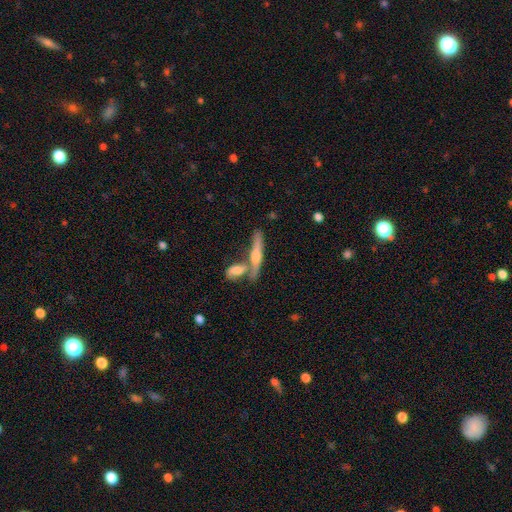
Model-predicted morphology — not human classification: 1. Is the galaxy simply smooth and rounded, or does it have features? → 58% featured or disk, 34% smooth, 8% star or artifact.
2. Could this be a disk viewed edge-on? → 92% yes, 8% no.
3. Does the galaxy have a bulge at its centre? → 83% rounded, 9% none, 8% boxy.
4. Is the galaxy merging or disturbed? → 57% none, 28% merger, 10% minor disturbance, 4% major disturbance.